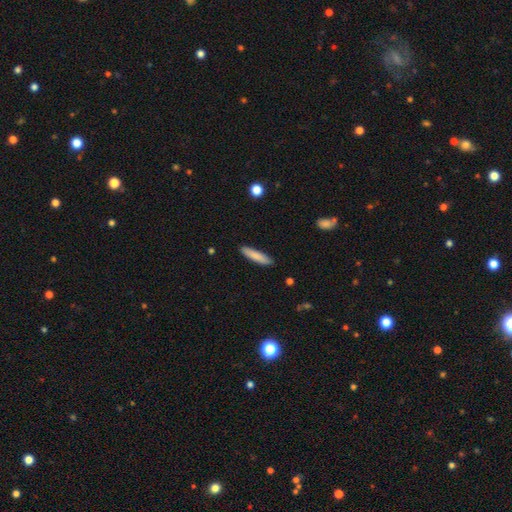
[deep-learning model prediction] A smooth galaxy with no disk features (84%) that is cigar-shaped (83%). Merging: none (89%).